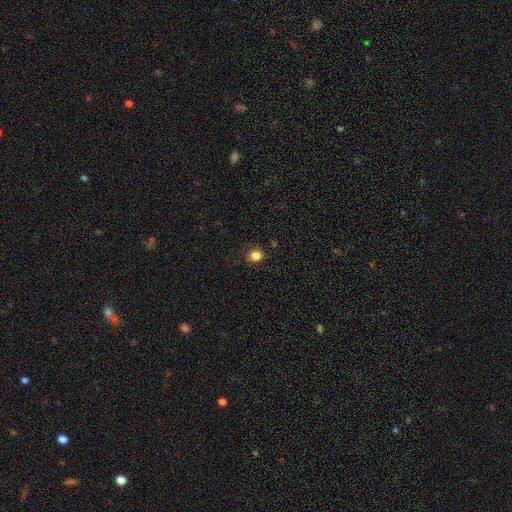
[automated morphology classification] Smooth or featured?
  - smooth: 84% *
  - star or artifact: 11%
  - featured or disk: 4%
How rounded?
  - round: 68% *
  - in between: 32%
  - cigar-shaped: 1%
Merging?
  - none: 84% *
  - minor disturbance: 12%
  - major disturbance: 3%
  - merger: 1%